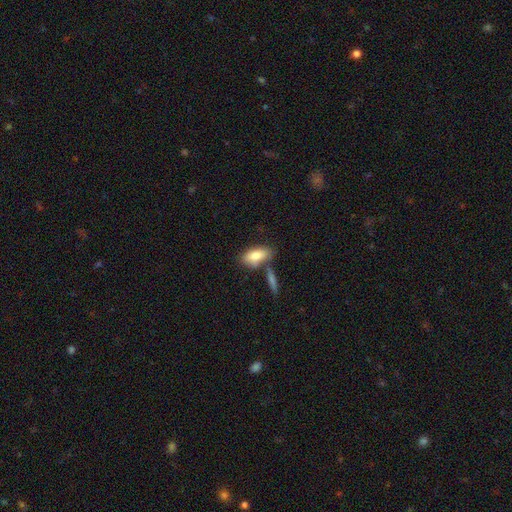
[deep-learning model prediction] Overall: smooth (80%). How rounded: in between (85%). Merging: none (58%; merger 24%).